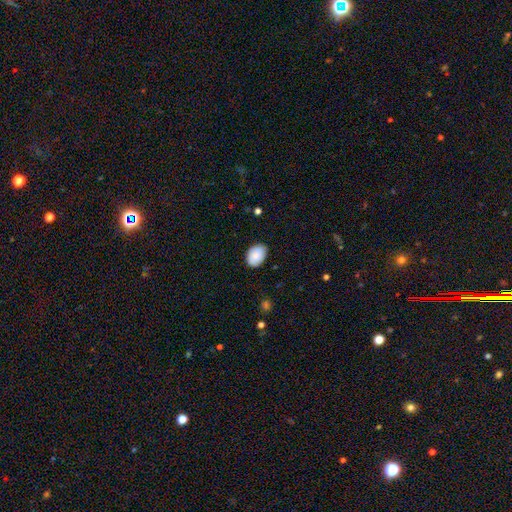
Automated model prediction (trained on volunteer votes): smooth_or_featured: smooth (p=0.87) [alt: star or artifact p=0.07]
how_rounded: in between (p=0.77) [alt: round p=0.22]
merging: none (p=0.82) [alt: minor disturbance p=0.14]